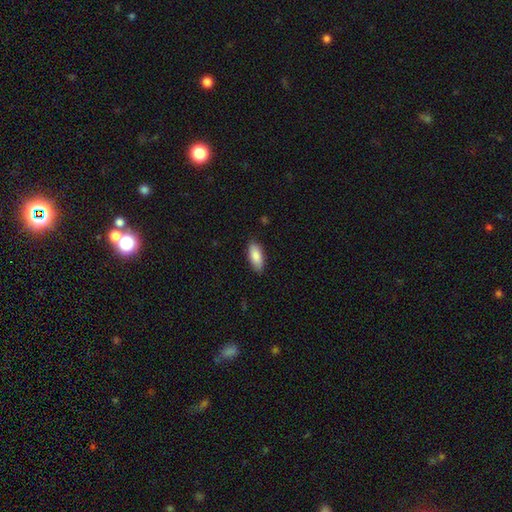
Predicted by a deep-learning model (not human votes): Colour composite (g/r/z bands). It shows a smooth galaxy with no disk features (85%) that is in between round and cigar-shaped (80%). Merging: none (87%).